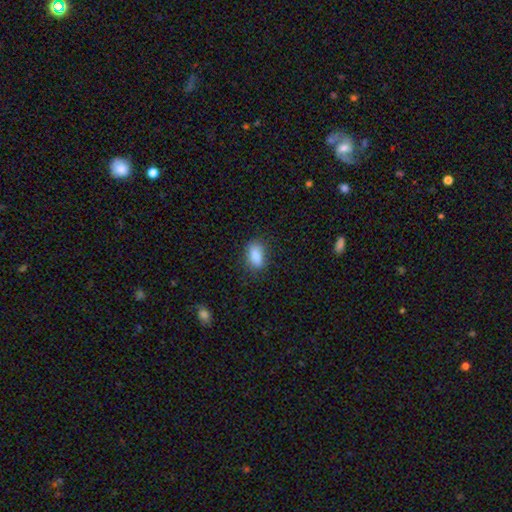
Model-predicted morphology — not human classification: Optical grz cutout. It shows a smooth galaxy with no disk features (87%) that is in between round and cigar-shaped (88%). Merging: none (78%).